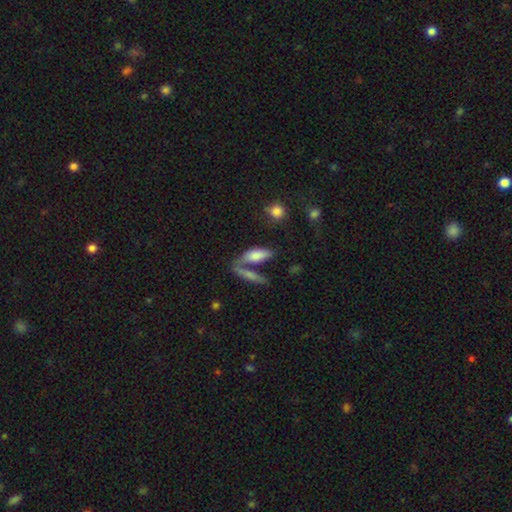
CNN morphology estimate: Q: Smooth or featured?
A: smooth (72%); runner-up: featured or disk (19%)
Q: How rounded?
A: in between (61%); runner-up: cigar-shaped (35%)
Q: Merging?
A: merger (42%); runner-up: none (37%)